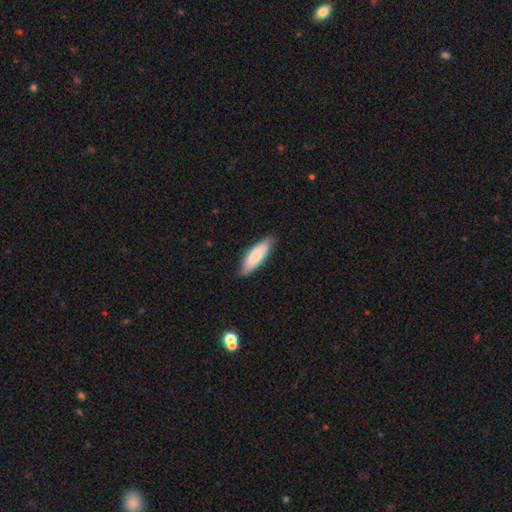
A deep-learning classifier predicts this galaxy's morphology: smooth-or-featured: smooth: 81% | featured or disk: 14% | star or artifact: 5%
  how-rounded: in between: 53% | cigar-shaped: 46% | round: 1%
  merging: none: 83% | minor disturbance: 13% | major disturbance: 2% | merger: 1%